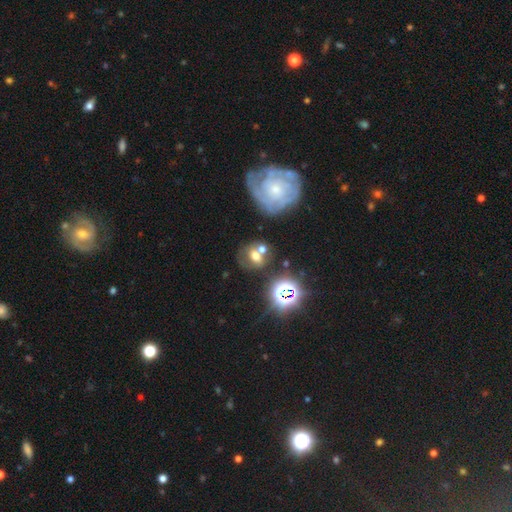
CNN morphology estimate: smooth-or-featured: smooth: 46% | featured or disk: 32% | star or artifact: 22%
  merging: none: 45% | merger: 32% | minor disturbance: 14% | major disturbance: 9%